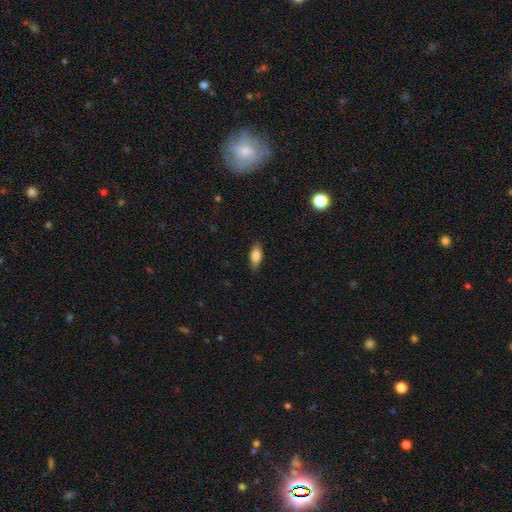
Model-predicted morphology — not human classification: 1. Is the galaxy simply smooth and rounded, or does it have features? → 80% smooth, 13% featured or disk, 7% star or artifact.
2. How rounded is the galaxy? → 79% in between, 18% cigar-shaped, 3% round.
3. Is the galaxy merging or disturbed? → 85% none, 12% minor disturbance, 2% major disturbance, 1% merger.